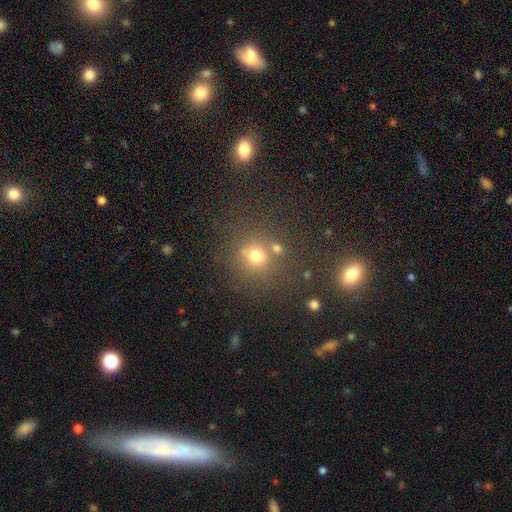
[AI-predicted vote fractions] A smooth galaxy with no disk features (70%) that is round (87%).

Vote fractions:
- Smooth or featured? smooth: 70% / star or artifact: 21% / featured or disk: 10%
- How rounded? round: 87% / in between: 12% / cigar-shaped: 1%
- Merging? none: 70% / merger: 15% / minor disturbance: 11% / major disturbance: 5%